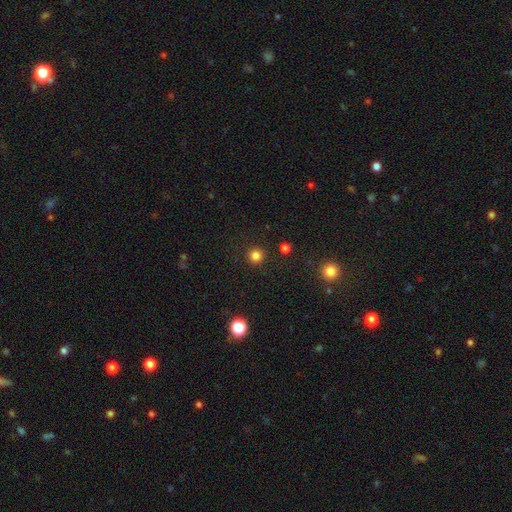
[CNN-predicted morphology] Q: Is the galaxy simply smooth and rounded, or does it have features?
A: smooth — 82%.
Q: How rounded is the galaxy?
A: round — 95%.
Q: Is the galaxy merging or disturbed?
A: none — 92%.